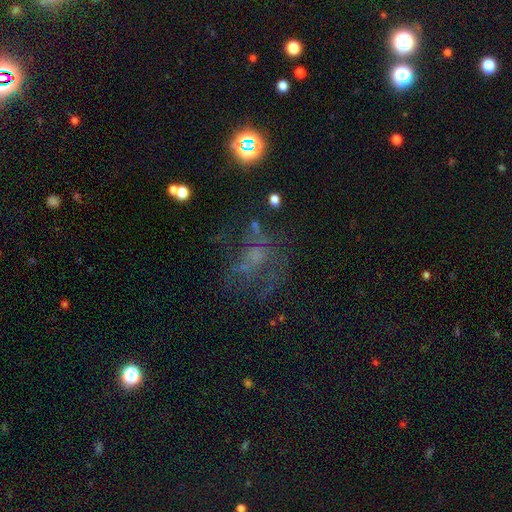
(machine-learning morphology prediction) This appears to be a featured or disk galaxy (48%). Merging: none (49%).